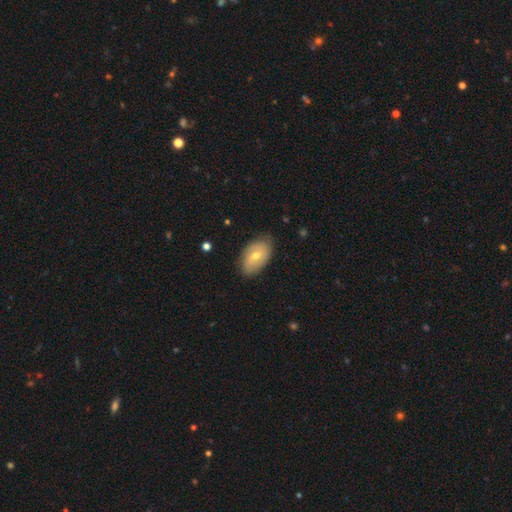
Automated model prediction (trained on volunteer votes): The model was most divided on "smooth or featured": smooth: 50%, featured or disk: 42%, star or artifact: 8%. More confident: merging — none (80%).